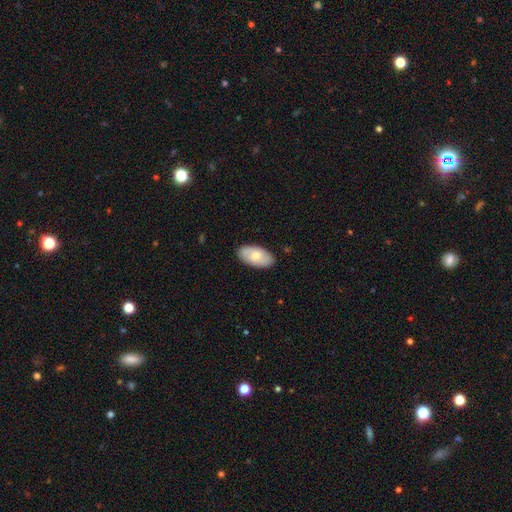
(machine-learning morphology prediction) Smooth or featured? Predicted: smooth (p=0.75). How rounded? Predicted: in between (p=0.95). Merging? Predicted: none (p=0.87).